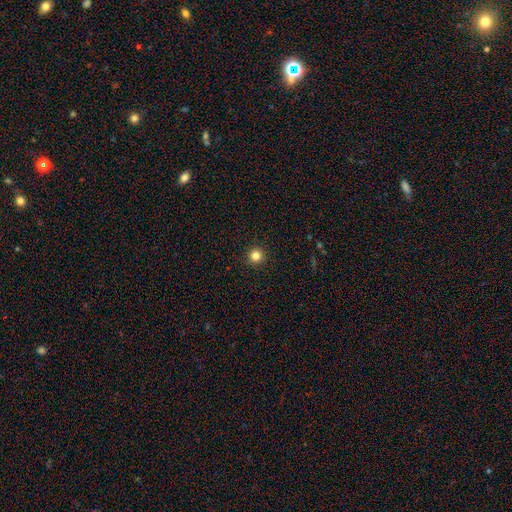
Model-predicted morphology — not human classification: smooth 82%, star or artifact 13%, featured or disk 5%. Down the decision tree: how rounded — round (96%); merging — none (93%).